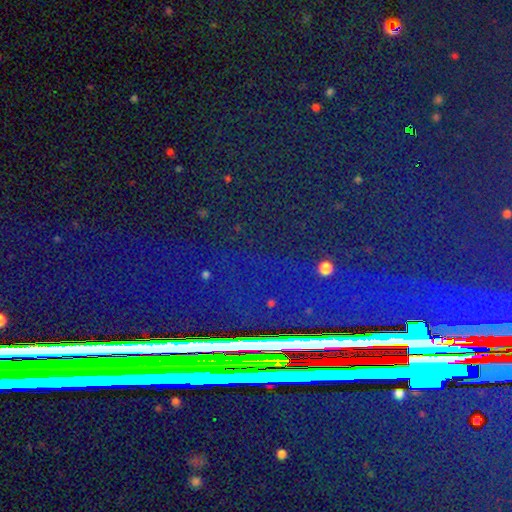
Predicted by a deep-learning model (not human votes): Overall: star or artifact (81%).